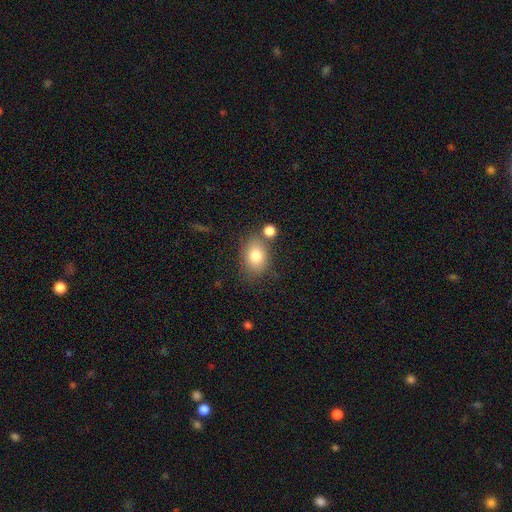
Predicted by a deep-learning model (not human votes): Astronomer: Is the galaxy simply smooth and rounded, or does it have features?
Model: smooth — 80%.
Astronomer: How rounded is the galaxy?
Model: in between — 70%.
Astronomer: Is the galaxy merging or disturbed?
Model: none — 67%.